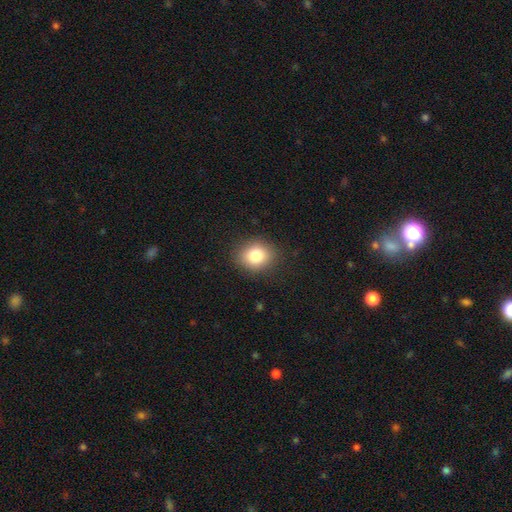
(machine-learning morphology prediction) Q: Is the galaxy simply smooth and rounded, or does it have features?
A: smooth — 81%.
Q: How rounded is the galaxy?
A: round — 66%.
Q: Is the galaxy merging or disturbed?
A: none — 88%.